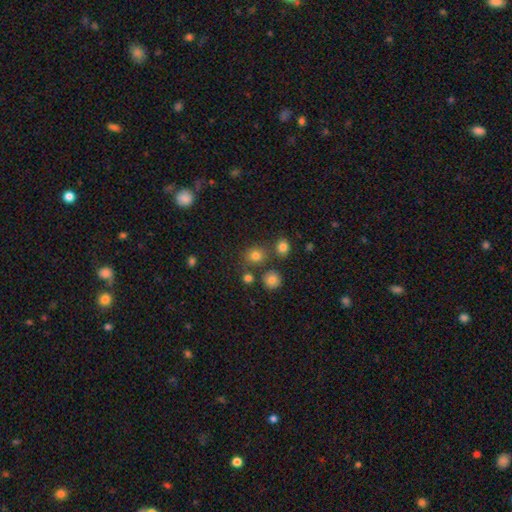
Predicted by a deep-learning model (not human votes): Overall: smooth (77%). How rounded: round (81%). Merging: none (73%).